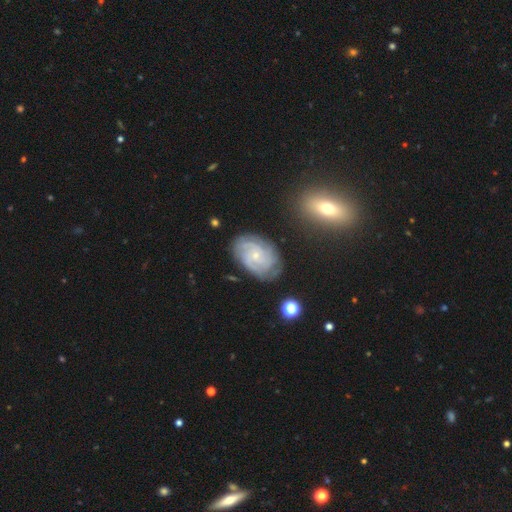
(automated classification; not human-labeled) smooth-or-featured: featured or disk: 81% | smooth: 12% | star or artifact: 7%
  disk-edge-on: no: 97% | yes: 3%
    bar: no: 72% | weak: 23% | strong: 4%
    has-spiral-arms: yes: 96% | no: 4%
      spiral-winding: tight: 68% | medium: 27% | loose: 6%
      spiral-arm-count: can't tell: 28% | 4: 24% | 3: 22% | 2: 14% | more than 4: 7% | 1: 6%
    bulge-size: small: 79% | moderate: 17% | none: 2% | large: 1% | dominant: 1%
  merging: none: 77% | minor disturbance: 16% | major disturbance: 5% | merger: 2%